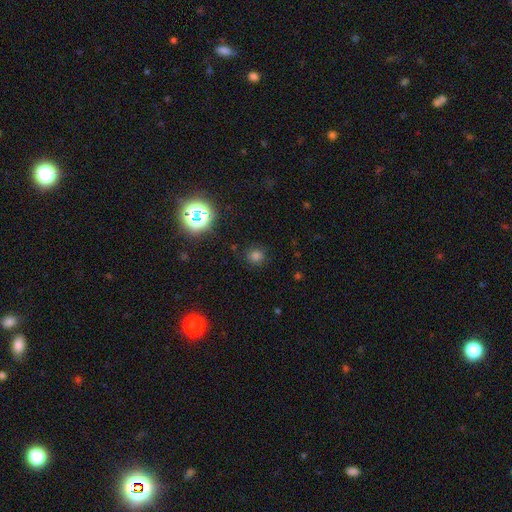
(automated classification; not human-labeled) A smooth galaxy with no disk features (71%) that is round (88%).

Vote fractions:
- Smooth or featured? smooth: 71% / star or artifact: 24% / featured or disk: 5%
- How rounded? round: 88% / in between: 11% / cigar-shaped: 1%
- Merging? none: 85% / minor disturbance: 9% / major disturbance: 3% / merger: 2%